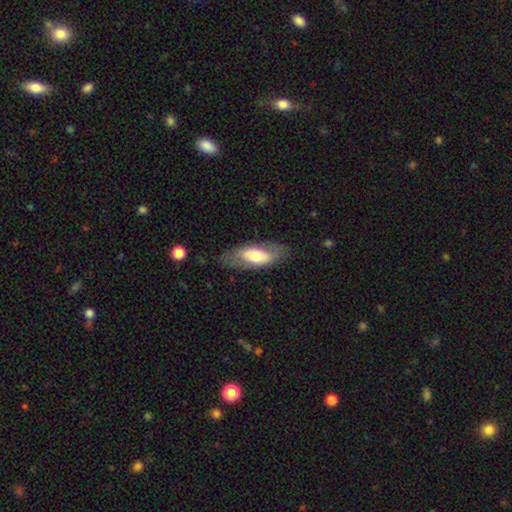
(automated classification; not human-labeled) This appears to be a smooth galaxy with no disk features (54%) that is in between round and cigar-shaped (81%). Merging: none (73%).